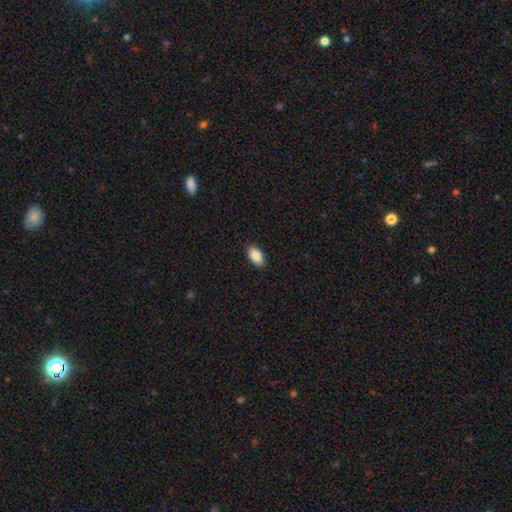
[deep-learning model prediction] The model was most divided on "smooth or featured": smooth: 86%, star or artifact: 7%, featured or disk: 7%. More confident: how rounded — in between (93%); merging — none (89%).